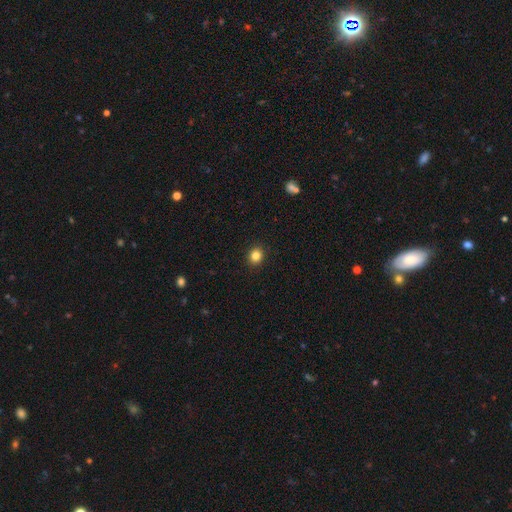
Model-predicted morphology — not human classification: type=smooth (84%); roundness=round (75%); merging=none (92%).